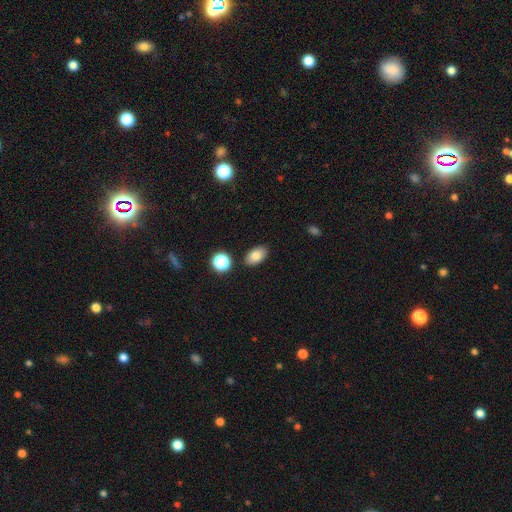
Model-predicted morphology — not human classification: smooth_or_featured: smooth (p=0.80) [alt: featured or disk p=0.10]
how_rounded: in between (p=0.90) [alt: round p=0.09]
merging: none (p=0.86) [alt: minor disturbance p=0.09]